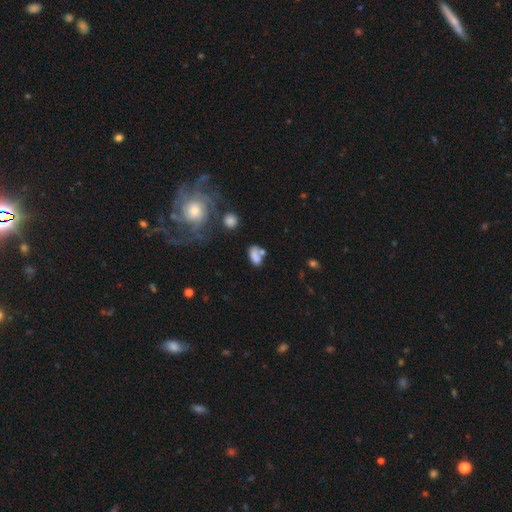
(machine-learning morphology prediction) Smooth or featured?
  - smooth: 72% *
  - featured or disk: 16%
  - star or artifact: 12%
How rounded?
  - in between: 84% *
  - round: 13%
  - cigar-shaped: 3%
Merging?
  - none: 36% *
  - merger: 34%
  - minor disturbance: 18%
  - major disturbance: 11%